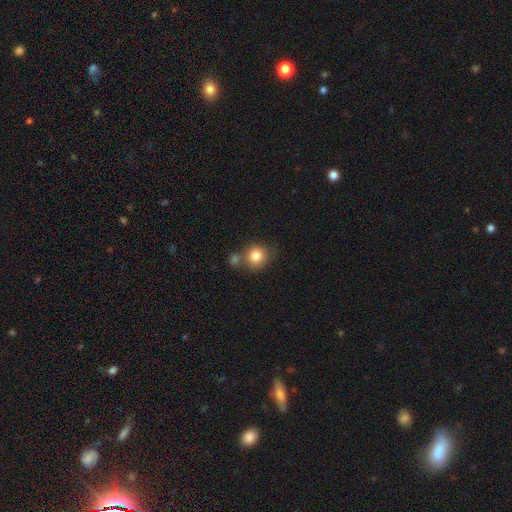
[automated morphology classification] Smooth or featured?
  - smooth: 83% *
  - star or artifact: 10%
  - featured or disk: 7%
How rounded?
  - round: 84% *
  - in between: 15%
  - cigar-shaped: 1%
Merging?
  - none: 61% *
  - merger: 24%
  - minor disturbance: 12%
  - major disturbance: 4%